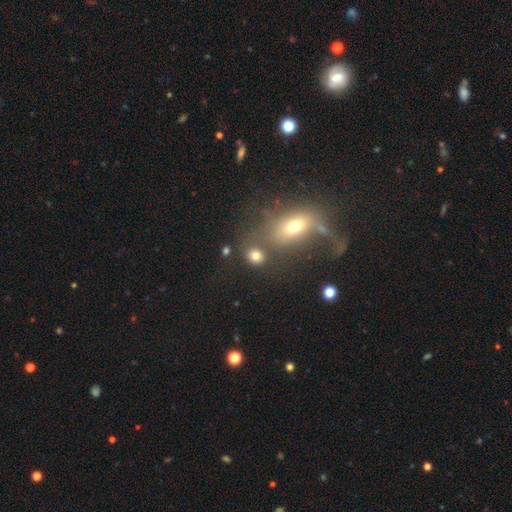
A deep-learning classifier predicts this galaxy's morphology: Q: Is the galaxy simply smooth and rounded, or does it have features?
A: smooth — 77%.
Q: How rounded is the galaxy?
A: round — 67%.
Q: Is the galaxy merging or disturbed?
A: none — 67%.